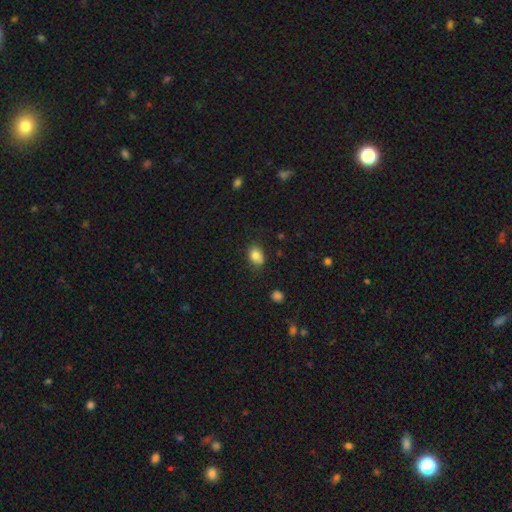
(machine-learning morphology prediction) smooth-or-featured: smooth: 83% | star or artifact: 10% | featured or disk: 7%
  how-rounded: in between: 70% | round: 29% | cigar-shaped: 1%
  merging: none: 67% | minor disturbance: 23% | merger: 5% | major disturbance: 5%